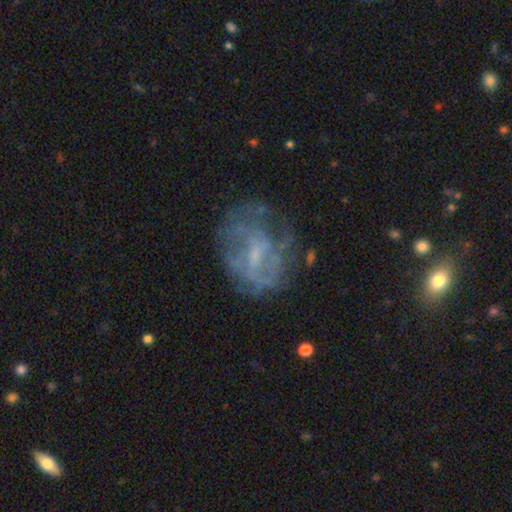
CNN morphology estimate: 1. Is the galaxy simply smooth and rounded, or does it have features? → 67% featured or disk, 21% smooth, 12% star or artifact.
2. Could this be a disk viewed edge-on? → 97% no, 3% yes.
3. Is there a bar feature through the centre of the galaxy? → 46% no, 45% weak, 10% strong.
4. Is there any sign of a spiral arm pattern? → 50% yes (tied), 50% no (tied).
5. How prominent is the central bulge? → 51% small, 25% none, 22% moderate, 1% large, 1% dominant.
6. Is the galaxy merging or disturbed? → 55% none, 22% minor disturbance, 21% major disturbance, 3% merger.